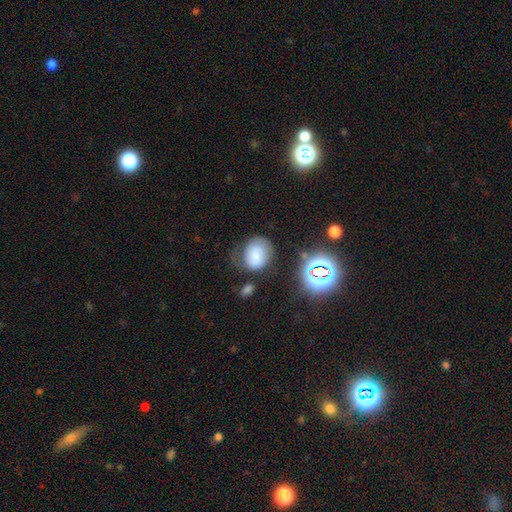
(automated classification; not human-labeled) This appears to be a smooth galaxy with no disk features (61%) that is round (54%). Merging: none (51%).